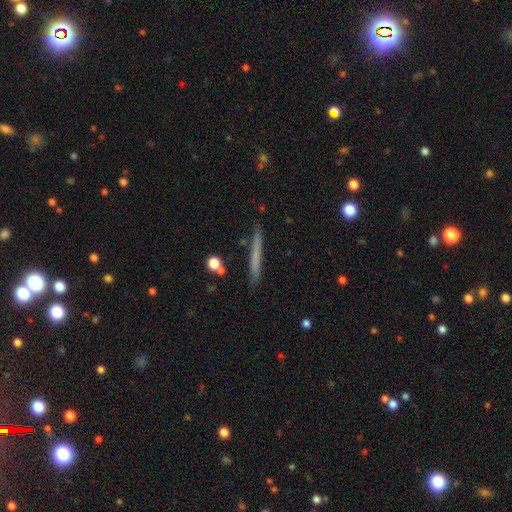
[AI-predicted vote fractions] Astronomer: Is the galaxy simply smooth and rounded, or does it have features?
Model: smooth — 57% (runner-up: featured or disk, 36%).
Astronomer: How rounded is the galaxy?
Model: cigar-shaped — 96%.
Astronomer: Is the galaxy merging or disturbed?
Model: none — 88%.